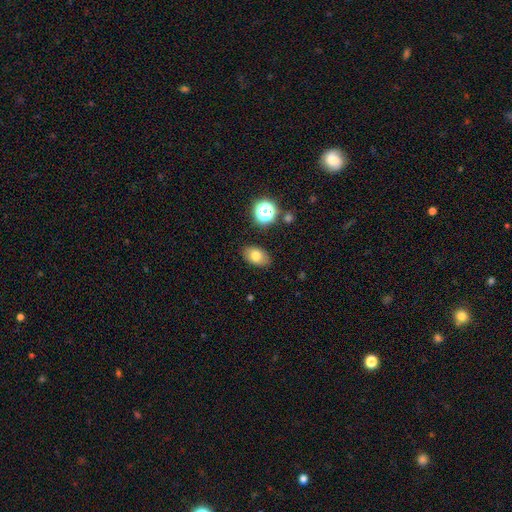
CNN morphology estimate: type=smooth (77%); roundness=in between (85%); merging=none (85%).